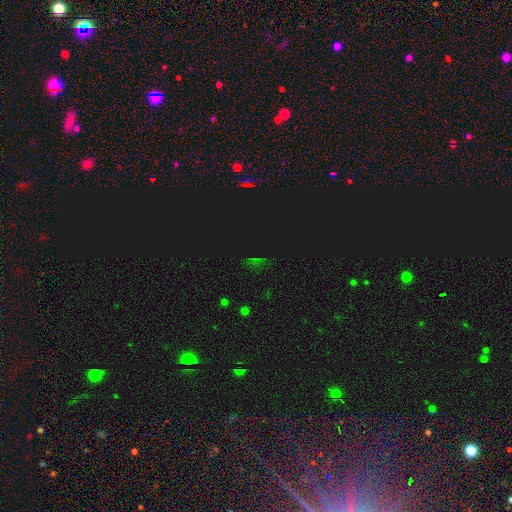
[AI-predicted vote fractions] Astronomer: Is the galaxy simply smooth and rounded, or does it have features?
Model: star or artifact — 76%.